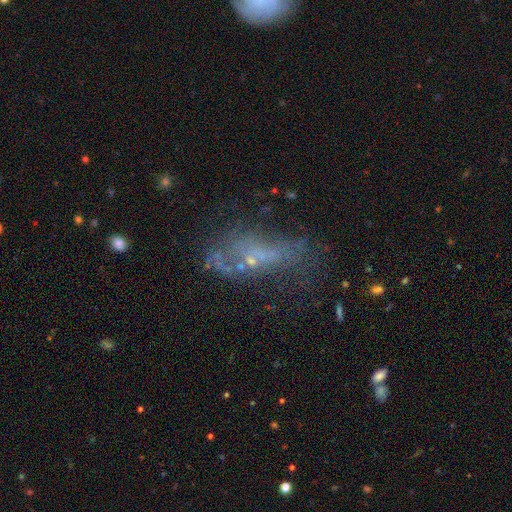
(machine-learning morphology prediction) Q: Smooth or featured?
A: featured or disk (50%); runner-up: smooth (31%)
Q: Merging?
A: none (40%); runner-up: major disturbance (29%)